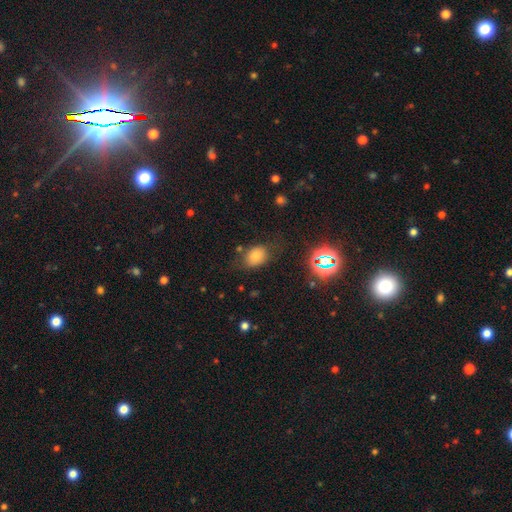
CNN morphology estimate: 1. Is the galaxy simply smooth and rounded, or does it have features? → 73% smooth, 16% star or artifact, 11% featured or disk.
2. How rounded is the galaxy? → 69% in between, 30% round, 1% cigar-shaped.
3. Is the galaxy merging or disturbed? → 68% none, 20% minor disturbance, 8% major disturbance, 4% merger.